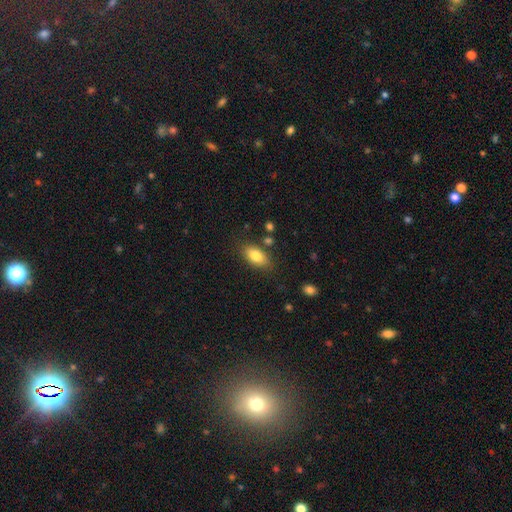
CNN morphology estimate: Smooth or featured? Predicted: smooth (p=0.81). How rounded? Predicted: in between (p=0.89). Merging? Predicted: none (p=0.79).